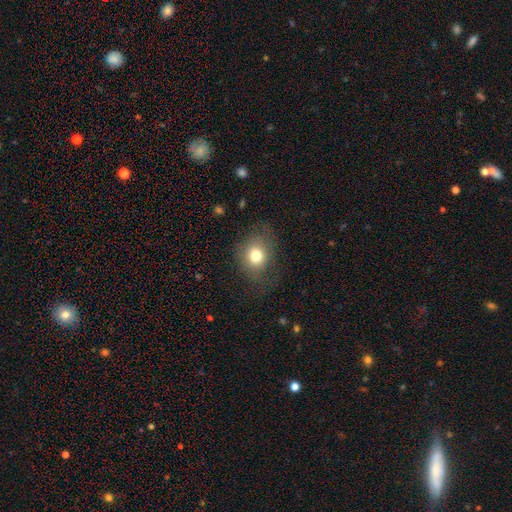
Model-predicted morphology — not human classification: Overall: smooth (74%). How rounded: round (56%; in between 43%). Merging: none (65%).